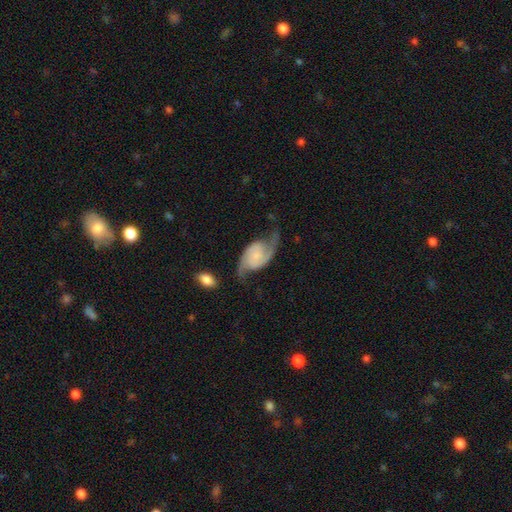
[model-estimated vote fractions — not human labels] Morphology: type=featured or disk (88%); edge-on=no (98%); bar=no (63%); spiral arms=yes (97%); winding=loose (45%); arm count=2 (94%); bulge=small (51%); merging=none (68%).